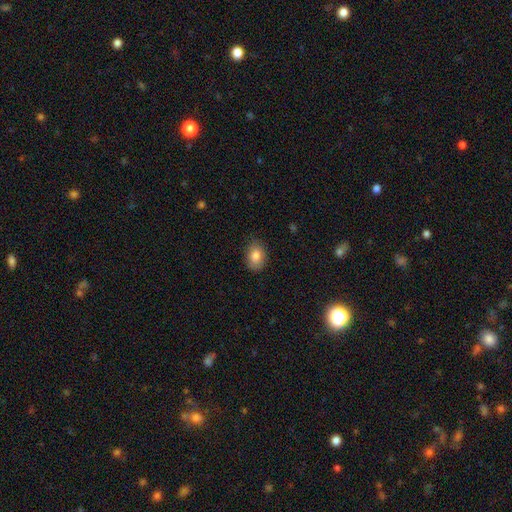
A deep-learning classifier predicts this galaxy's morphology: The model was most divided on "how rounded": in between: 76%, round: 23%, cigar-shaped: 1%. More confident: merging — none (83%); smooth or featured — smooth (83%).